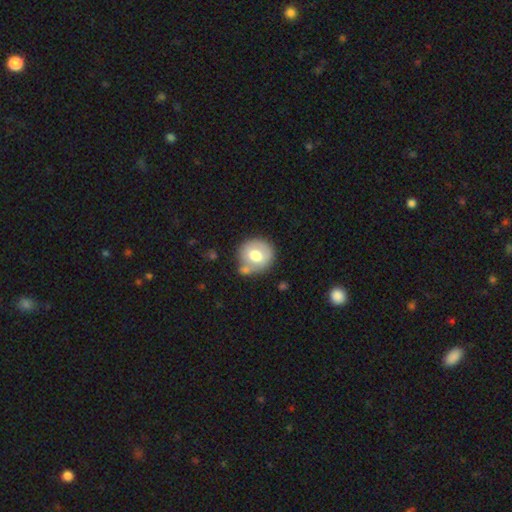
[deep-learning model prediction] Q: Smooth or featured?
A: smooth (66%); runner-up: featured or disk (27%)
Q: How rounded?
A: round (84%); runner-up: in between (15%)
Q: Merging?
A: none (63%); runner-up: minor disturbance (18%)